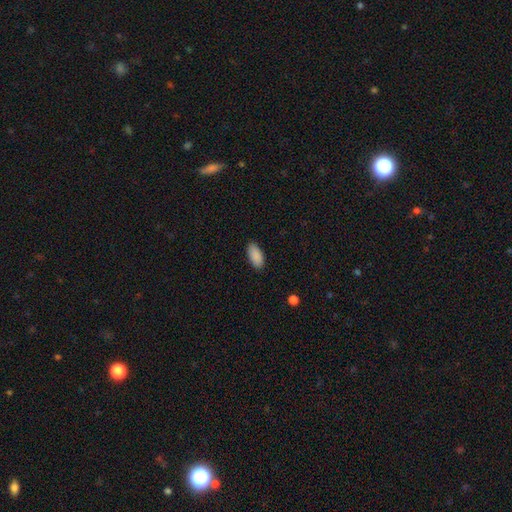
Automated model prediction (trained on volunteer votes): Smooth or featured? smooth (90%)
How rounded? in between (92%)
Merging? none (87%)